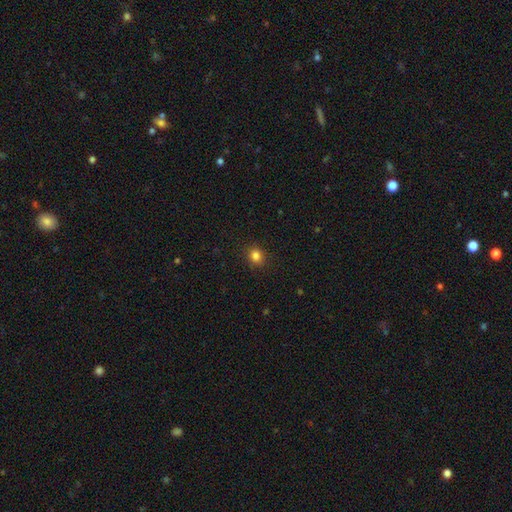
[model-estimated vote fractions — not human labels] This is clearly a smooth galaxy (83%). How rounded: likely round (76%). Merging: clearly none (89%).